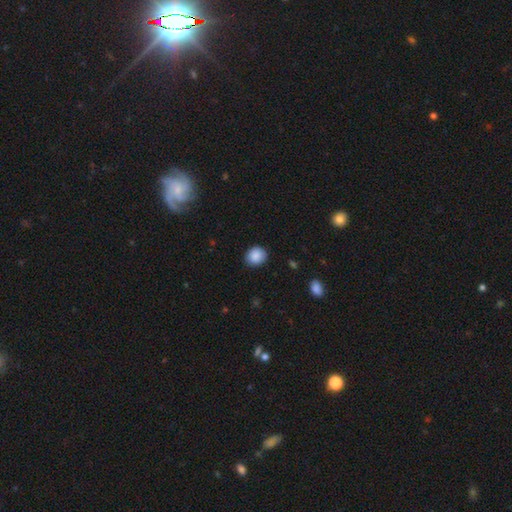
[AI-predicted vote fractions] Smooth or featured? smooth (89%)
How rounded? round (73%)
Merging? none (86%)